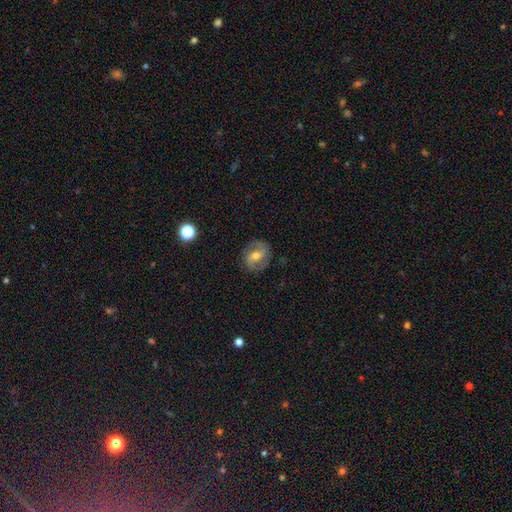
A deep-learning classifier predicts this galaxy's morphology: Q: Smooth or featured?
A: featured or disk (57%); runner-up: smooth (35%)
Q: Edge-on disk?
A: no (95%); runner-up: yes (5%)
Q: Bar?
A: weak (41%); runner-up: no (30%)
Q: Spiral arms?
A: yes (71%); runner-up: no (29%)
Q: Bulge size?
A: moderate (65%); runner-up: small (29%)
Q: Merging?
A: none (81%); runner-up: minor disturbance (13%)